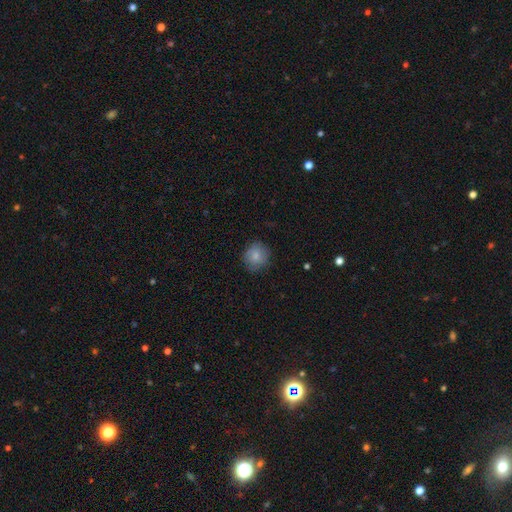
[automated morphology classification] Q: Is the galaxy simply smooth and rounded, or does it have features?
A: smooth — 82%.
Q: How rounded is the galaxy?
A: round — 88%.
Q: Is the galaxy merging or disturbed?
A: none — 81%.